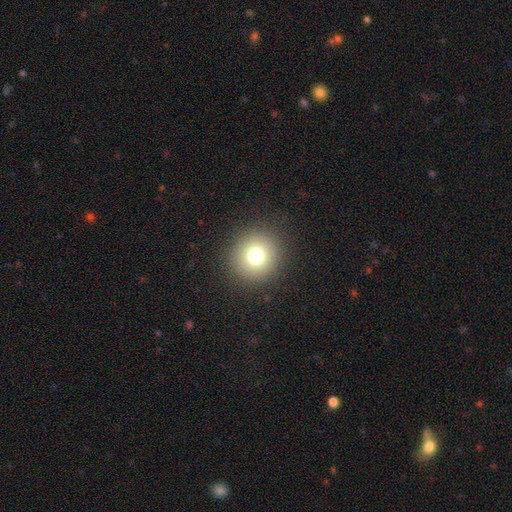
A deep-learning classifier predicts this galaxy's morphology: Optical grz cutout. It shows a smooth galaxy with no disk features (77%) that is round (94%). Merging: none (91%).